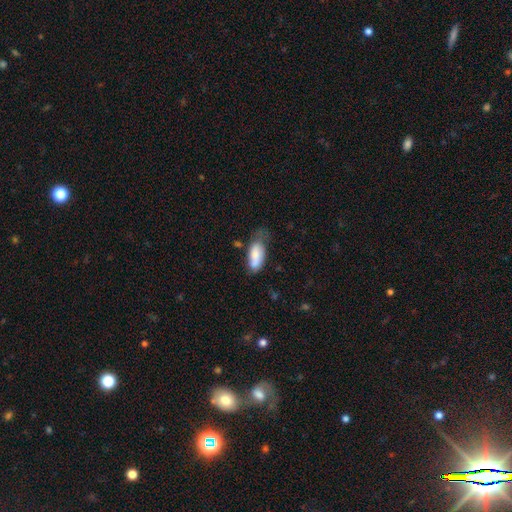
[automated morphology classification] Smooth or featured? smooth (75%)
How rounded? in between (84%)
Merging? minor disturbance (38%, tied with none)